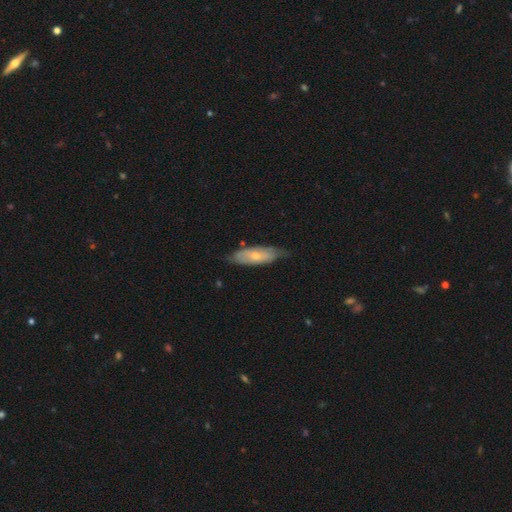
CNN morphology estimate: This is possibly a smooth galaxy (49%). Merging: likely none (68%).